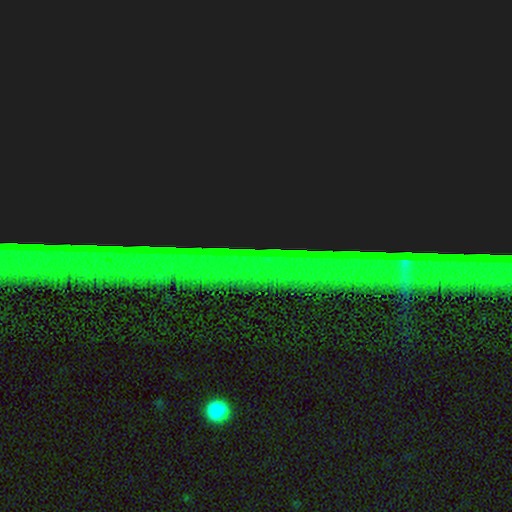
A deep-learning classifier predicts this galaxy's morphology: A star or artifact, not a galaxy (83%).